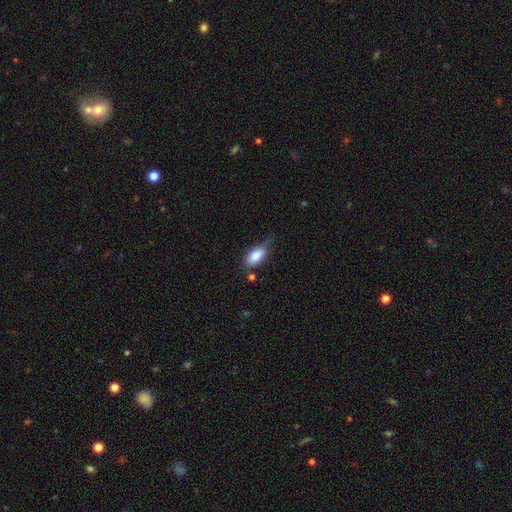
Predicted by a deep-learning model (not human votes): smooth 81%, featured or disk 12%, star or artifact 7%. Down the decision tree: how rounded — in between (90%); merging — none (46%).